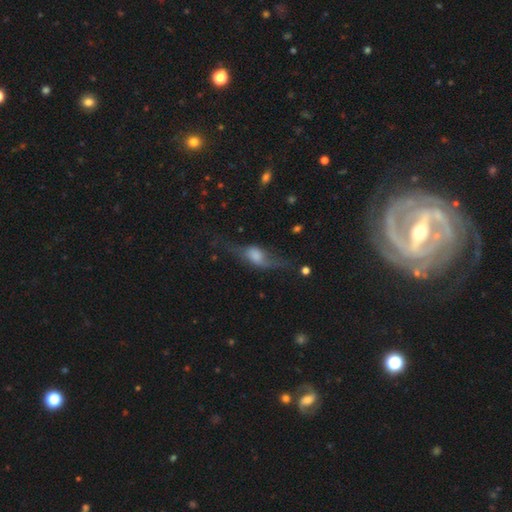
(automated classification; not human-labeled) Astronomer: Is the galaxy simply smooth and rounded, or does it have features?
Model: featured or disk — 52% (runner-up: smooth, 39%).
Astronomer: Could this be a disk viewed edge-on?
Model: no — 53% (runner-up: yes, 47%).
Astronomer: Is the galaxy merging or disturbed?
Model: none — 42% (runner-up: major disturbance, 29%).